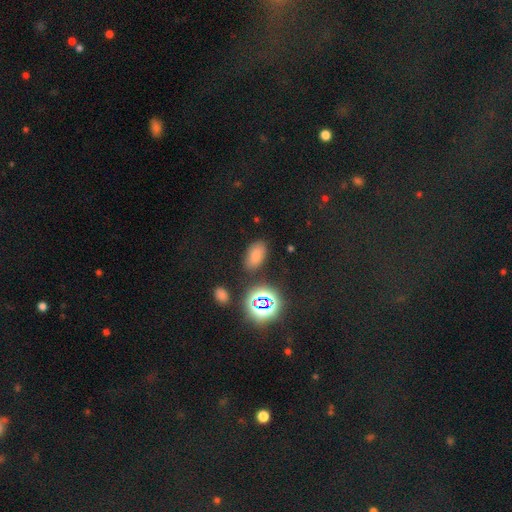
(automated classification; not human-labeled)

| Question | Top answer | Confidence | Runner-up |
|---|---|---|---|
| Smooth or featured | smooth | 70% | star or artifact (23%) |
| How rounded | in between | 90% | round (7%) |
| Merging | none | 81% | minor disturbance (12%) |